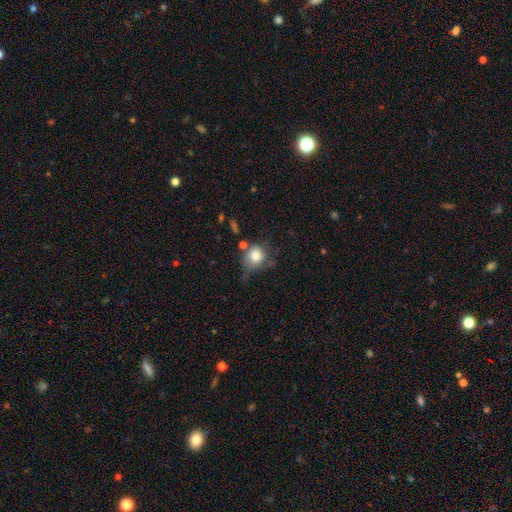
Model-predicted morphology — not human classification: Q: Smooth or featured?
A: smooth (77%); runner-up: featured or disk (12%)
Q: How rounded?
A: round (80%); runner-up: in between (19%)
Q: Merging?
A: none (52%); runner-up: minor disturbance (27%)